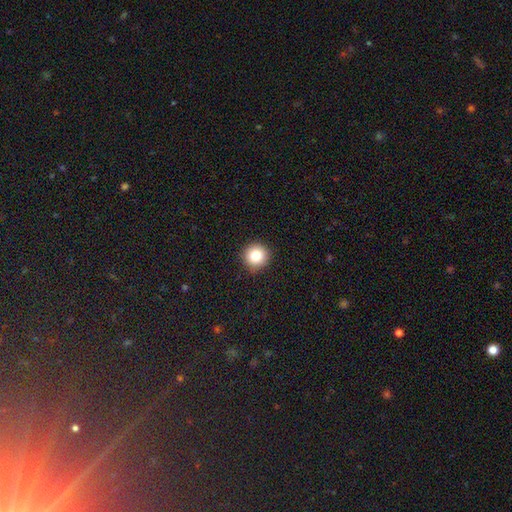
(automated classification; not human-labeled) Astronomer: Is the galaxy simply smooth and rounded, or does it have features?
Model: smooth — 84%.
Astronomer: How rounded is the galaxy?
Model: round — 95%.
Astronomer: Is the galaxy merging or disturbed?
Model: none — 92%.